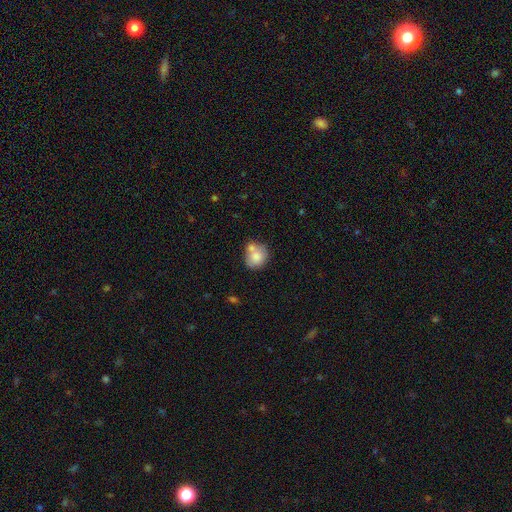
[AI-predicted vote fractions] This is likely a smooth galaxy (76%). How rounded: likely round (73%). Merging: marginally none (43%).